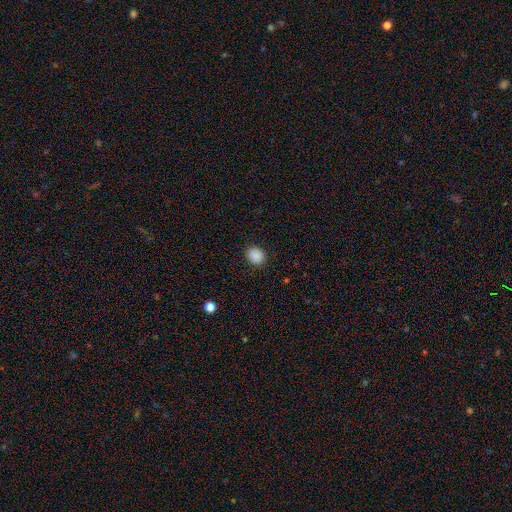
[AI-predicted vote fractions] Smooth or featured: smooth — 88% (star or artifact — 9%)
How rounded: round — 71% (in between — 28%)
Merging: none — 89% (minor disturbance — 8%)